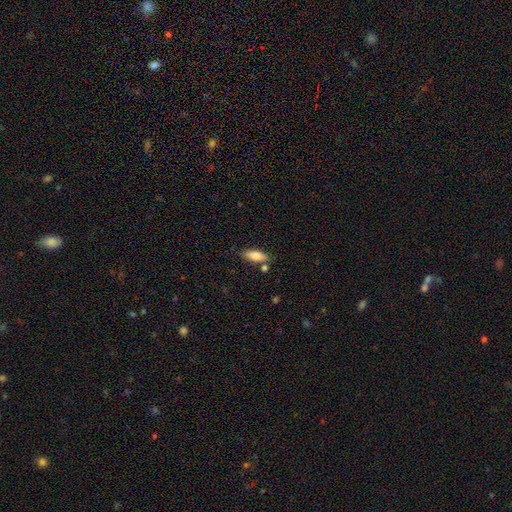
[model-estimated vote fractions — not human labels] smooth_or_featured: smooth (p=0.76) [alt: featured or disk p=0.17]
how_rounded: in between (p=0.70) [alt: cigar-shaped p=0.28]
merging: none (p=0.79) [alt: minor disturbance p=0.13]